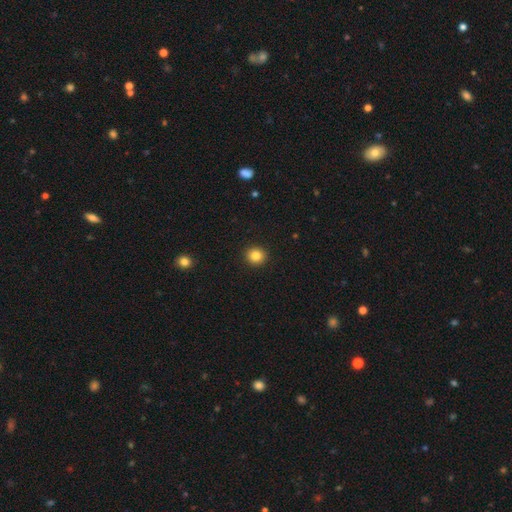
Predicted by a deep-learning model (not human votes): smooth_or_featured: smooth (p=0.84) [alt: star or artifact p=0.11]
how_rounded: round (p=0.91) [alt: in between p=0.08]
merging: none (p=0.93) [alt: minor disturbance p=0.05]